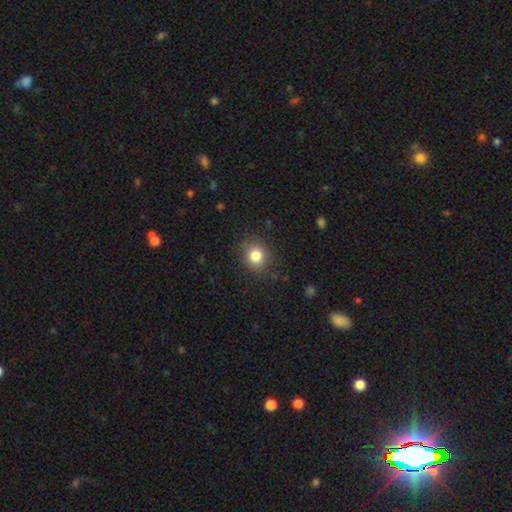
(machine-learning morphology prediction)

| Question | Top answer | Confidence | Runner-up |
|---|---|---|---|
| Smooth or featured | smooth | 82% | star or artifact (11%) |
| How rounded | round | 83% | in between (16%) |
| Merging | none | 85% | minor disturbance (11%) |